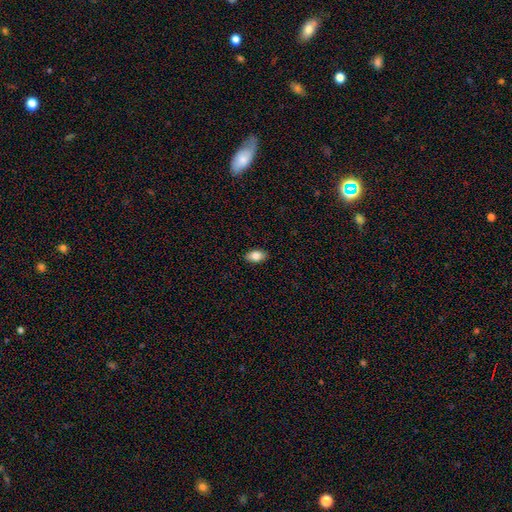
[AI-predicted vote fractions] smooth 83%, featured or disk 10%, star or artifact 8%. Down the decision tree: how rounded — in between (91%); merging — none (89%).